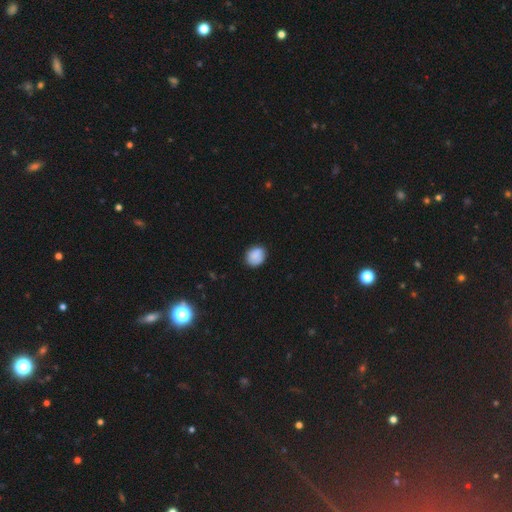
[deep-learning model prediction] Overall: smooth (85%). How rounded: round (62%; in between 37%). Merging: none (79%).